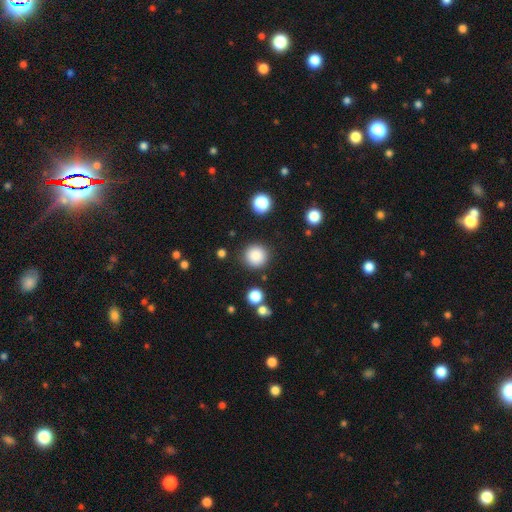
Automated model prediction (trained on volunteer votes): A smooth galaxy with no disk features (86%) that is round (95%).

Vote fractions:
- Smooth or featured? smooth: 86% / star or artifact: 10% / featured or disk: 4%
- How rounded? round: 95% / in between: 4% / cigar-shaped: 1%
- Merging? none: 88% / minor disturbance: 7% / major disturbance: 3% / merger: 2%